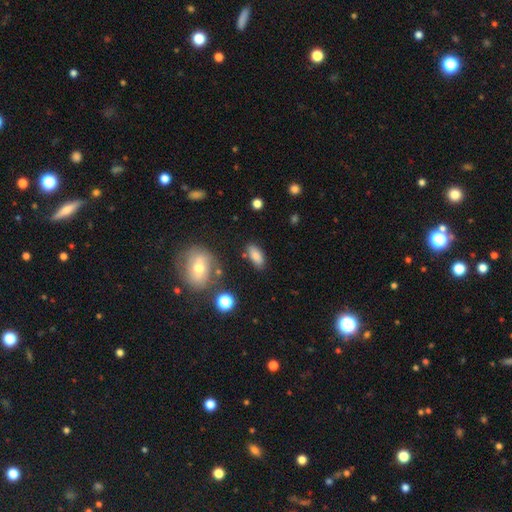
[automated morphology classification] Q: Smooth or featured?
A: smooth (79%); runner-up: featured or disk (11%)
Q: How rounded?
A: in between (83%); runner-up: cigar-shaped (12%)
Q: Merging?
A: none (80%); runner-up: minor disturbance (13%)